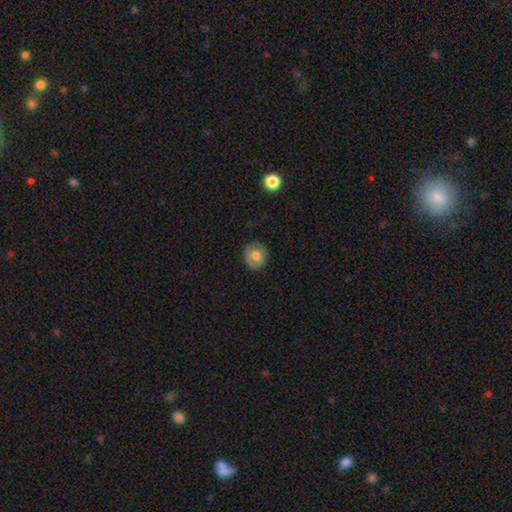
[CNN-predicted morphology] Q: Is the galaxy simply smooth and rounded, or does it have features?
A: smooth — 66%.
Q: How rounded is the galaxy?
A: round — 84%.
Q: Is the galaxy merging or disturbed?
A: none — 84%.